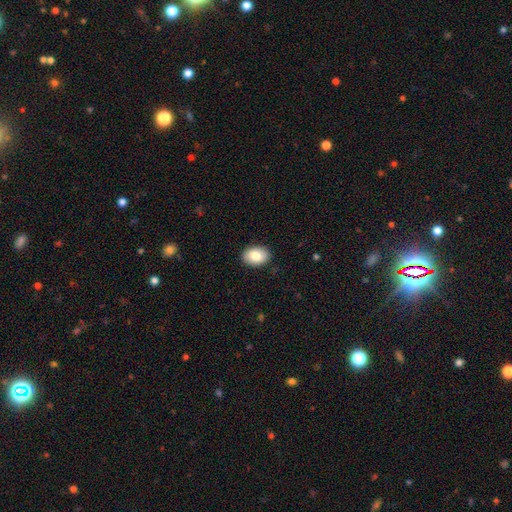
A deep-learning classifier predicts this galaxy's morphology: Q: Smooth or featured?
A: smooth (86%); runner-up: featured or disk (8%)
Q: How rounded?
A: in between (82%); runner-up: round (17%)
Q: Merging?
A: none (89%); runner-up: minor disturbance (8%)